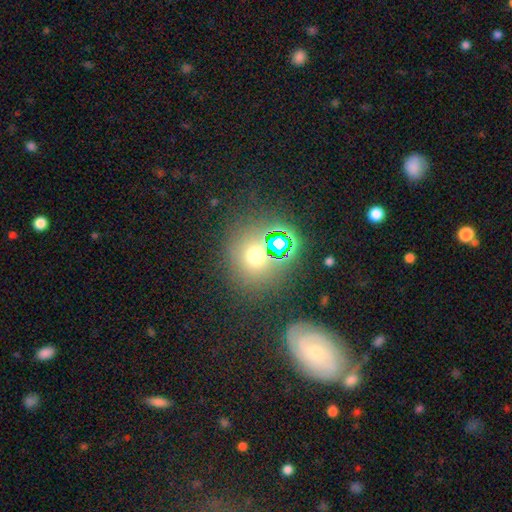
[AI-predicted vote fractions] Smooth or featured? smooth (57%)
How rounded? round (84%)
Merging? none (75%)